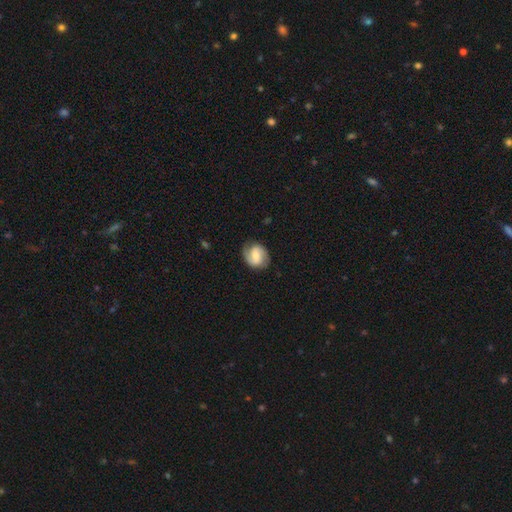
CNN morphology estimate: This is likely a featured or disk galaxy (68%). It is clearly not viewed edge-on (98%). Bar: possibly weak (48%). Spiral arm pattern: clearly yes (94%). Spiral arm count: clearly 2 (86%). Spiral winding: marginally medium (45%). Central bulge: possibly moderate (46%). Merging: clearly none (80%).